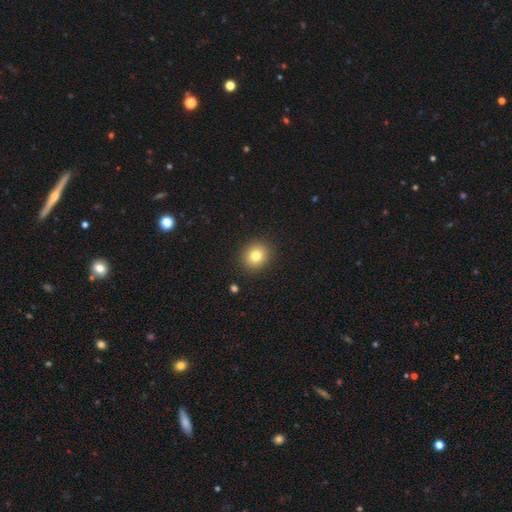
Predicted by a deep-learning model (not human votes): Q: Smooth or featured?
A: smooth (80%); runner-up: star or artifact (11%)
Q: How rounded?
A: round (78%); runner-up: in between (21%)
Q: Merging?
A: none (91%); runner-up: minor disturbance (6%)